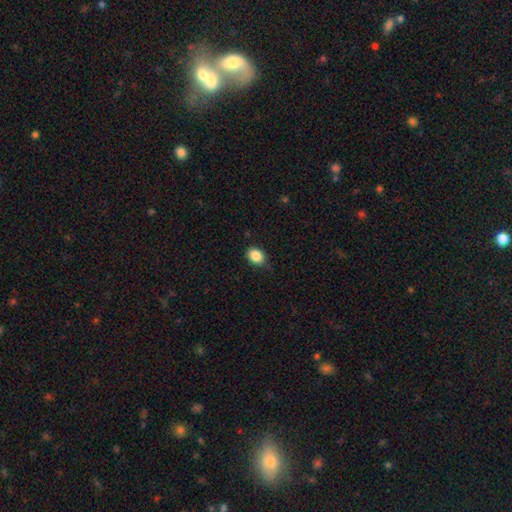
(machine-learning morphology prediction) The model was most divided on "how rounded": in between: 58%, round: 41%, cigar-shaped: 1%. More confident: smooth or featured — smooth (87%); merging — none (79%).